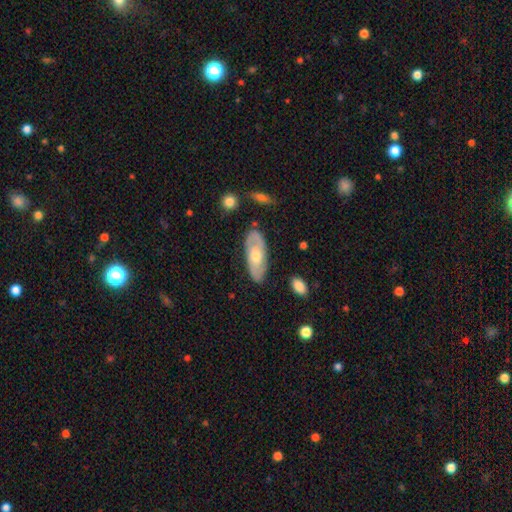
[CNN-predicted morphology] Q: Smooth or featured?
A: featured or disk (55%); runner-up: smooth (39%)
Q: Edge-on disk?
A: no (84%); runner-up: yes (16%)
Q: Merging?
A: none (78%); runner-up: minor disturbance (16%)